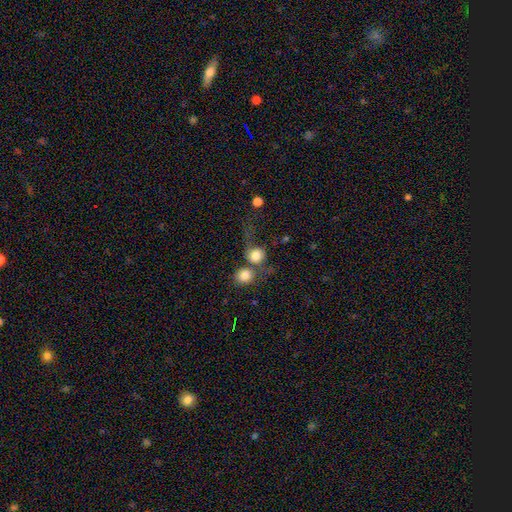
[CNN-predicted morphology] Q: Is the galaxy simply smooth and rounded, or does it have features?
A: smooth — 75%.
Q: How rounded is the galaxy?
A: round — 83%.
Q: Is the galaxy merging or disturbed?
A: merger — 45%.